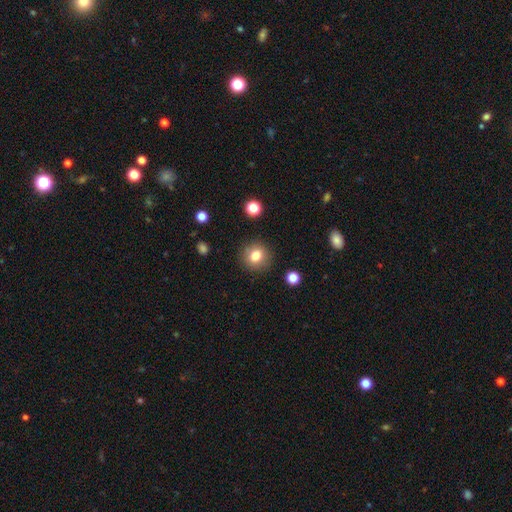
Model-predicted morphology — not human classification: Q: Smooth or featured?
A: smooth (80%); runner-up: star or artifact (11%)
Q: How rounded?
A: round (86%); runner-up: in between (13%)
Q: Merging?
A: none (89%); runner-up: minor disturbance (7%)